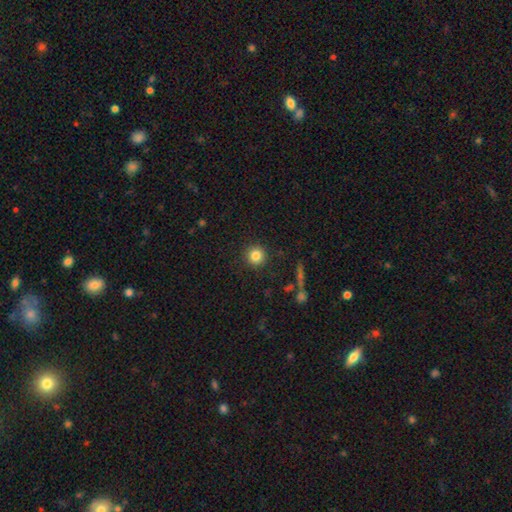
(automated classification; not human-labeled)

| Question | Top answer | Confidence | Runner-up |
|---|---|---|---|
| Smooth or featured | smooth | 83% | star or artifact (11%) |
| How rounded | round | 95% | in between (4%) |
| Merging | none | 91% | minor disturbance (6%) |